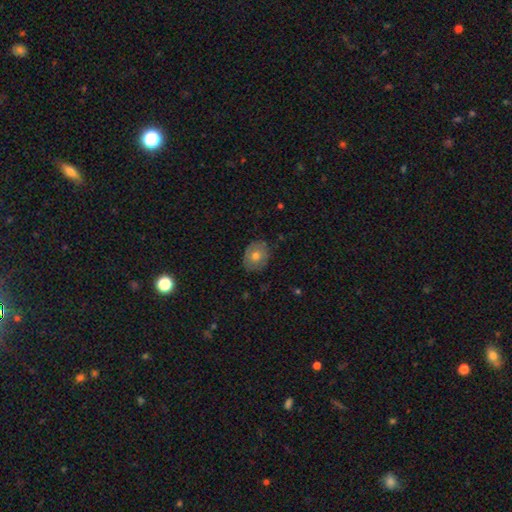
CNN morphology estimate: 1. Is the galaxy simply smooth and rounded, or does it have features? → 60% smooth, 32% featured or disk, 8% star or artifact.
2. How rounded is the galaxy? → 50% in between, 49% round, 1% cigar-shaped.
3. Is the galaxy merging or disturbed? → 81% none, 14% minor disturbance, 3% major disturbance, 1% merger.